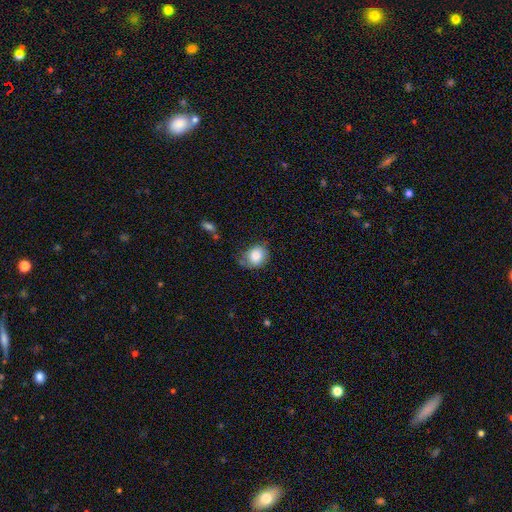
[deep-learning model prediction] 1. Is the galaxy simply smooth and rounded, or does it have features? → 81% smooth, 11% featured or disk, 8% star or artifact.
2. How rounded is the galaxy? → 53% round, 46% in between, 1% cigar-shaped.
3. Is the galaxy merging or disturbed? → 52% none, 34% minor disturbance, 11% major disturbance, 3% merger.